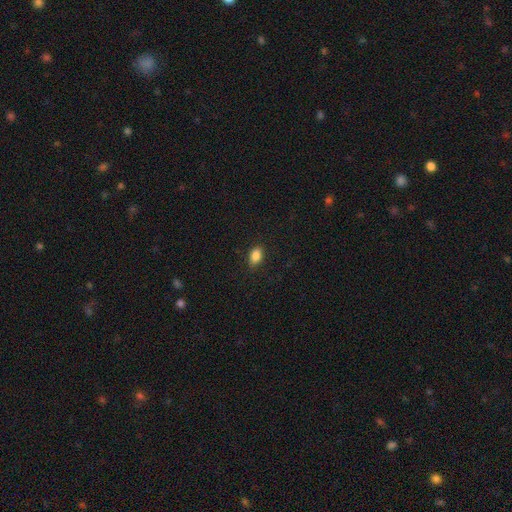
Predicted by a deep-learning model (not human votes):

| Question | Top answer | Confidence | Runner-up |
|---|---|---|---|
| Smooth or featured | smooth | 87% | star or artifact (9%) |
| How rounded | in between | 84% | round (14%) |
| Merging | none | 86% | minor disturbance (10%) |